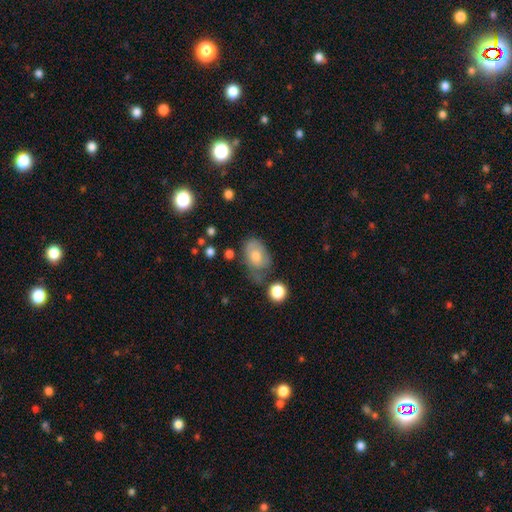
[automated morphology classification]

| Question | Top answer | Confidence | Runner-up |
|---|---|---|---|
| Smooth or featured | smooth | 55% | featured or disk (34%) |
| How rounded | in between | 84% | round (15%) |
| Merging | none | 47% | minor disturbance (31%) |